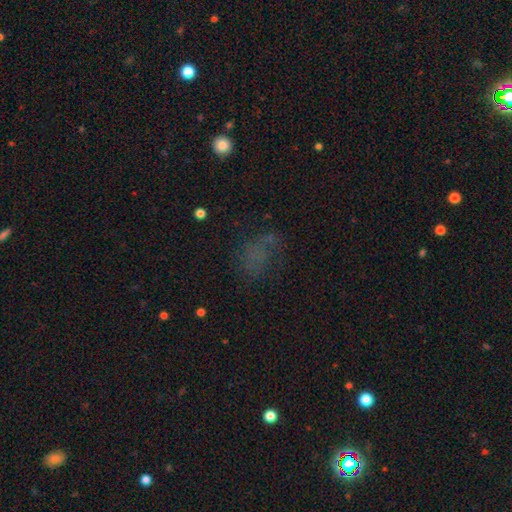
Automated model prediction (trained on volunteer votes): Overall: smooth (48%; star or artifact 29%). Merging: none (50%; major disturbance 26%).